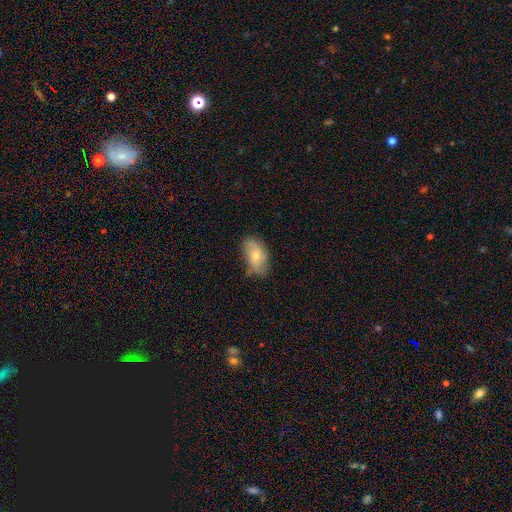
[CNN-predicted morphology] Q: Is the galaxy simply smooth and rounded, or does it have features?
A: smooth — 59%.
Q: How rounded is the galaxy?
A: in between — 91%.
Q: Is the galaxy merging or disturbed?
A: none — 66%.